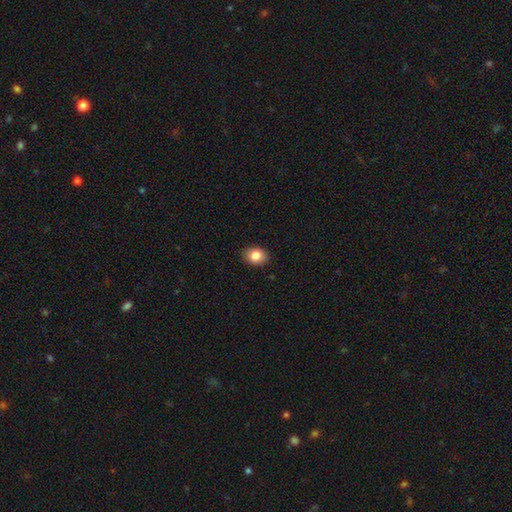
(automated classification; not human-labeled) The model was most divided on "how rounded": in between: 66%, round: 33%, cigar-shaped: 1%. More confident: merging — none (89%); smooth or featured — smooth (85%).